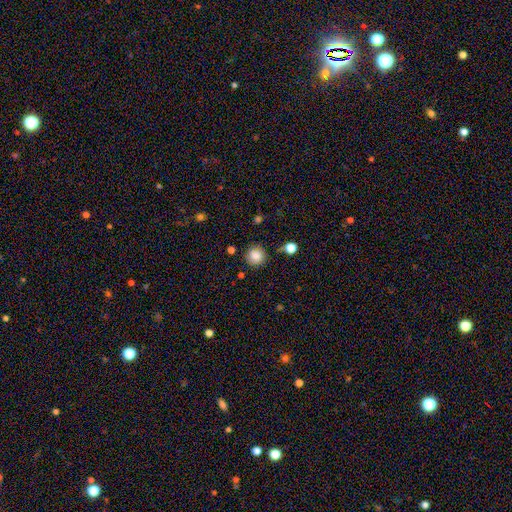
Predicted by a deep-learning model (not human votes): A smooth galaxy with no disk features (85%) that is round (94%). Merging: none (86%).